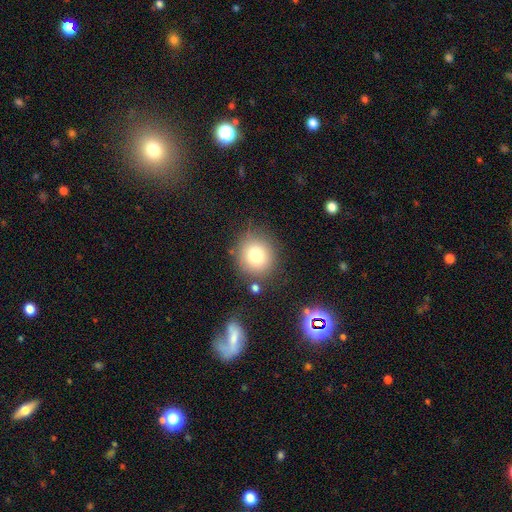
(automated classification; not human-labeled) The model was most divided on "smooth or featured": smooth: 78%, star or artifact: 12%, featured or disk: 10%. More confident: how rounded — round (88%); merging — none (80%).